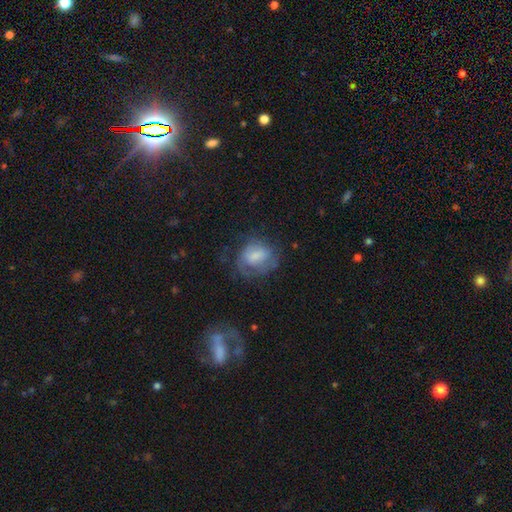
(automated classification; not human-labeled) A smooth galaxy with no disk features (46%). Merging: none (50%).